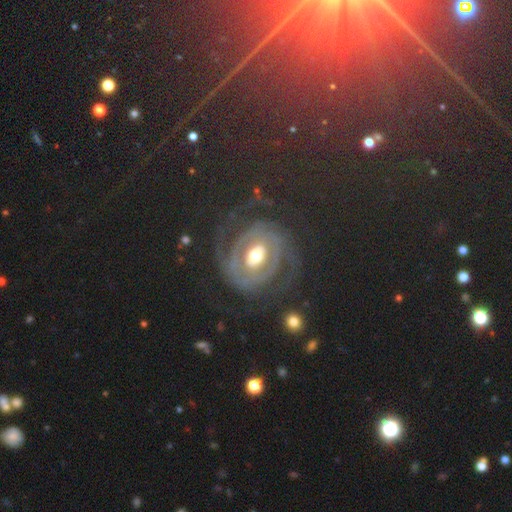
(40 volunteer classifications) smooth-or-featured: featured or disk: 92% | smooth: 5% | star or artifact: 2%
  disk-edge-on: no: 97% | yes: 3%
    bar: weak: 58% | no: 33% | strong: 8%
    has-spiral-arms: yes: 97% | no: 3%
      spiral-winding: medium: 60% | tight: 31% | loose: 9%
      spiral-arm-count: 2: 91% | 3: 6% | 4: 3% | 1: 0% | more than 4: 0% | can't tell: 0%
    bulge-size: moderate: 50% | large: 39% | small: 11% | dominant: 0% | none: 0%
  merging: none: 82% | minor disturbance: 13% | major disturbance: 5% | merger: 0%